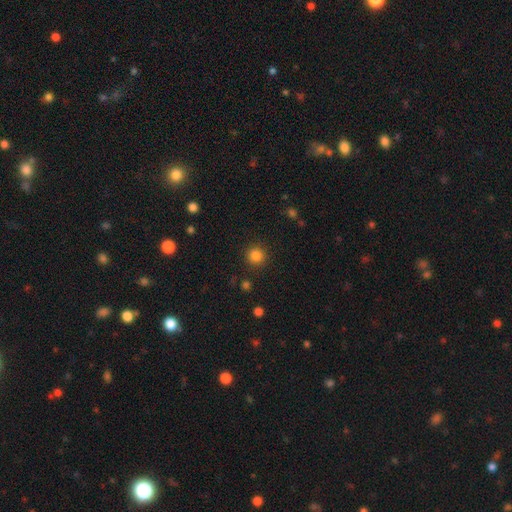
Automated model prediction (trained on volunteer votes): A smooth galaxy with no disk features (84%) that is round (94%).

Vote fractions:
- Smooth or featured? smooth: 84% / star or artifact: 12% / featured or disk: 4%
- How rounded? round: 94% / in between: 5% / cigar-shaped: 1%
- Merging? none: 90% / minor disturbance: 6% / major disturbance: 2% / merger: 2%